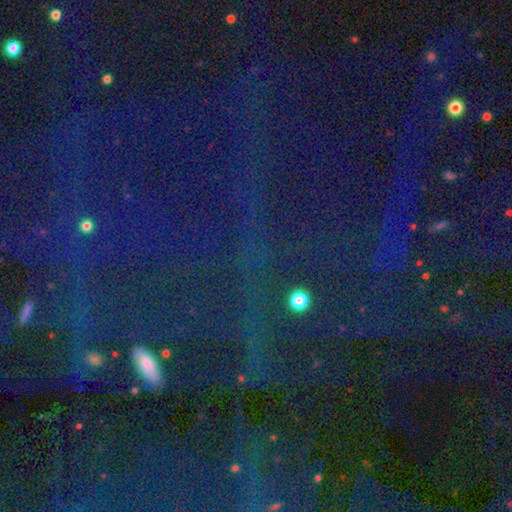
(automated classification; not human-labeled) The model was most divided on "smooth or featured": star or artifact: 80%, smooth: 12%, featured or disk: 8%.